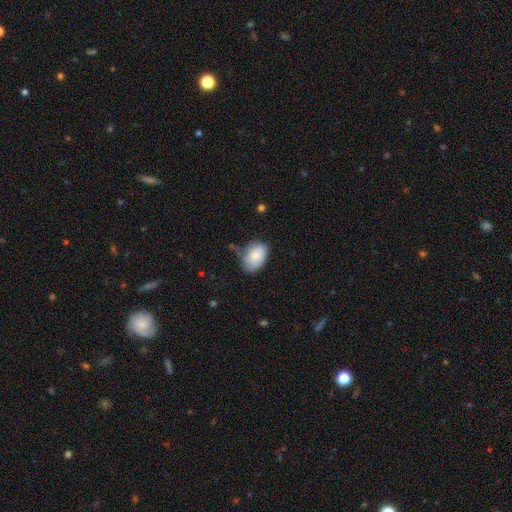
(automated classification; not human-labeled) This appears to be a smooth galaxy with no disk features (78%) that is in between round and cigar-shaped (84%). Merging: none (49%).